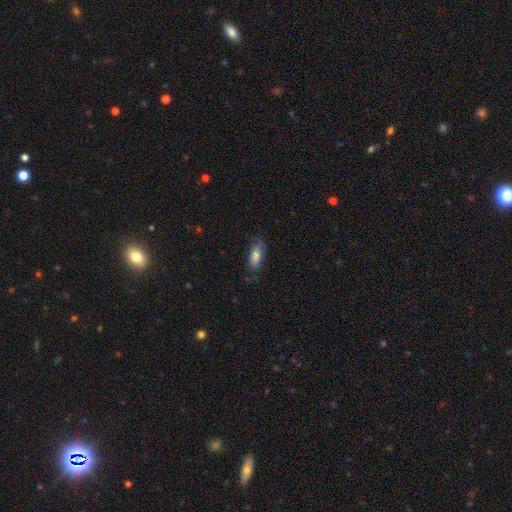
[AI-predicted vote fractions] smooth_or_featured: smooth (p=0.72) [alt: featured or disk p=0.19]
how_rounded: in between (p=0.76) [alt: cigar-shaped p=0.21]
merging: none (p=0.72) [alt: minor disturbance p=0.20]